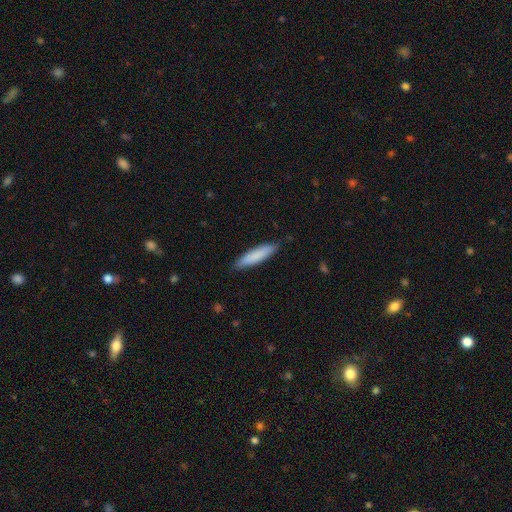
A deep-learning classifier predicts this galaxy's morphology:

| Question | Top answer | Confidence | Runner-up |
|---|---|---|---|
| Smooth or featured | smooth | 85% | featured or disk (10%) |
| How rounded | cigar-shaped | 79% | in between (20%) |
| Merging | none | 86% | minor disturbance (11%) |